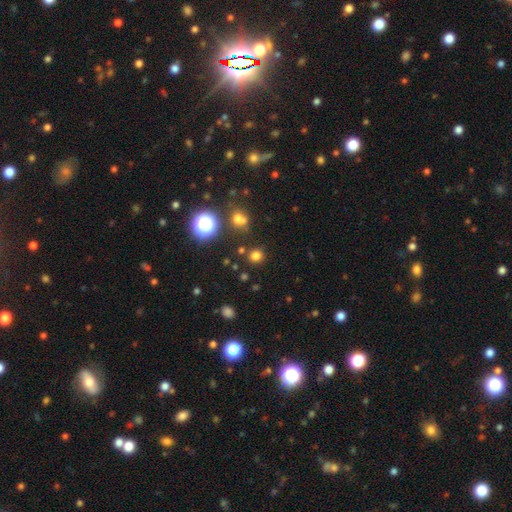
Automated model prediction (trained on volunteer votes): Morphology: type=smooth (73%); roundness=round (88%); merging=none (83%).